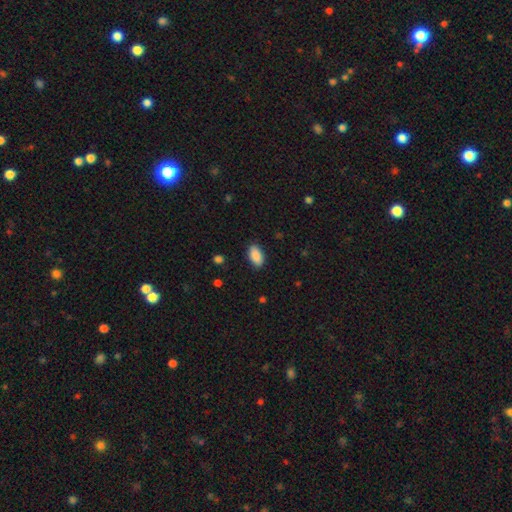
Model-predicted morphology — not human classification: Smooth or featured?
  - smooth: 90% *
  - star or artifact: 7%
  - featured or disk: 4%
How rounded?
  - in between: 94% *
  - round: 3%
  - cigar-shaped: 3%
Merging?
  - none: 88% *
  - minor disturbance: 9%
  - major disturbance: 2%
  - merger: 1%